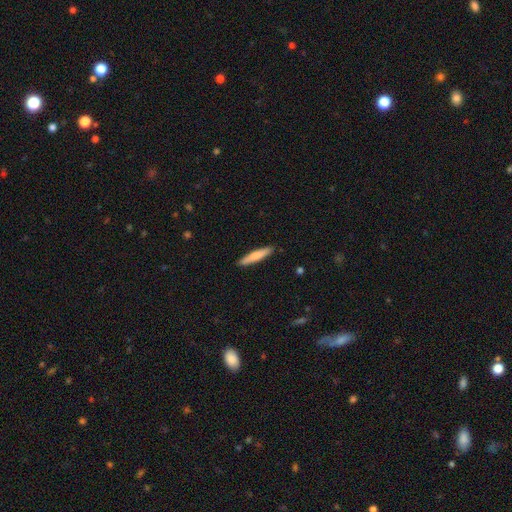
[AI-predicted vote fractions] Smooth or featured? Predicted: smooth (p=0.73). How rounded? Predicted: cigar-shaped (p=0.91). Merging? Predicted: none (p=0.90).